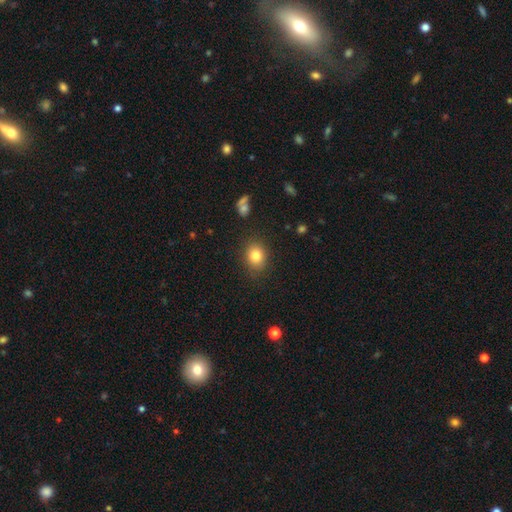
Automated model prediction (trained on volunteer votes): Morphology: type=smooth (82%); roundness=round (52%); merging=none (84%).